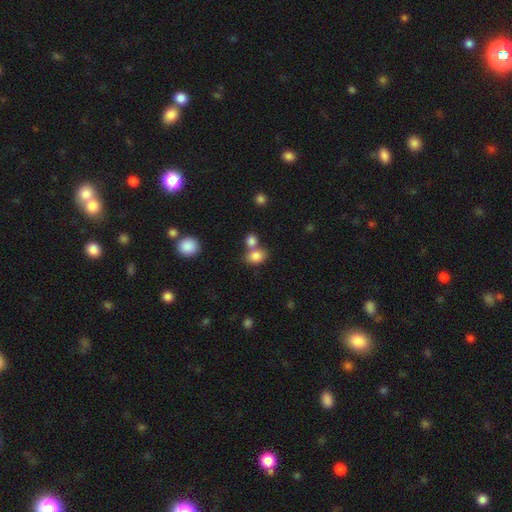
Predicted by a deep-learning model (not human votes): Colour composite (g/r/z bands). It shows a smooth galaxy with no disk features (82%) that is in between round and cigar-shaped (55%). Merging: none (47%).